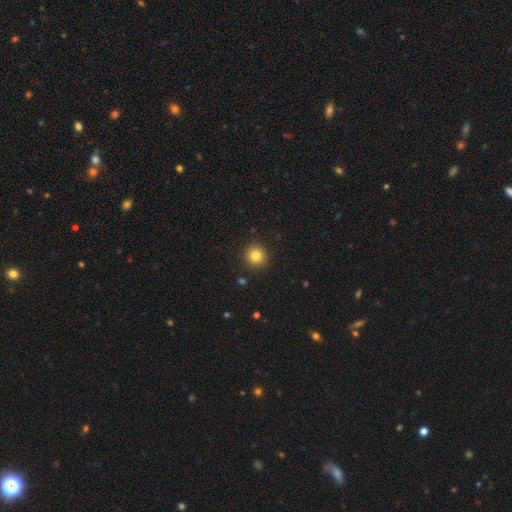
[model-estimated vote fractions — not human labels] Smooth or featured?
  - smooth: 83% *
  - star or artifact: 11%
  - featured or disk: 6%
How rounded?
  - round: 91% *
  - in between: 8%
  - cigar-shaped: 1%
Merging?
  - none: 91% *
  - minor disturbance: 6%
  - major disturbance: 2%
  - merger: 1%